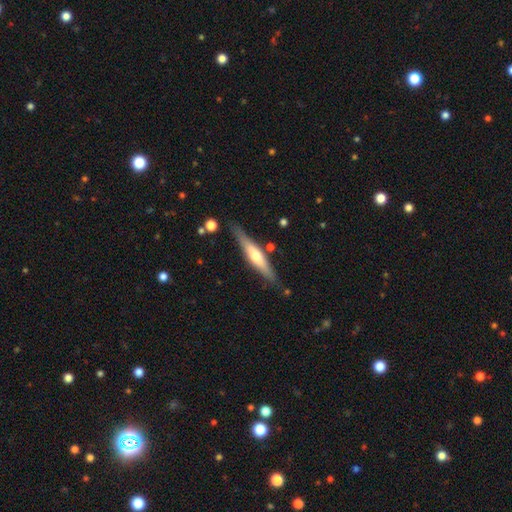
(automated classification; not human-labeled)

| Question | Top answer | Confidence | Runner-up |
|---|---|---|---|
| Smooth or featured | featured or disk | 54% | smooth (41%) |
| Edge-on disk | yes | 92% | no (8%) |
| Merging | none | 81% | minor disturbance (13%) |